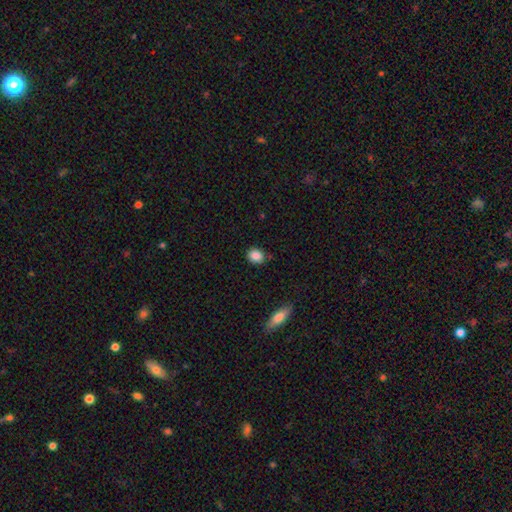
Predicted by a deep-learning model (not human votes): smooth_or_featured: smooth (p=0.86) [alt: star or artifact p=0.08]
how_rounded: round (p=0.60) [alt: in between p=0.39]
merging: none (p=0.85) [alt: minor disturbance p=0.10]